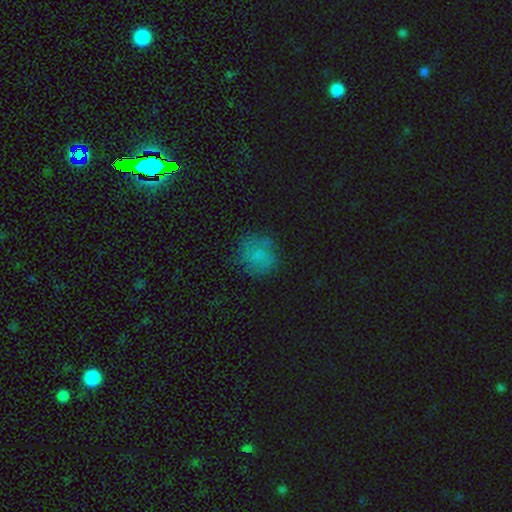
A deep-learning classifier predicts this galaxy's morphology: This appears to be a smooth galaxy with no disk features (66%) that is round (83%). Merging: none (75%).